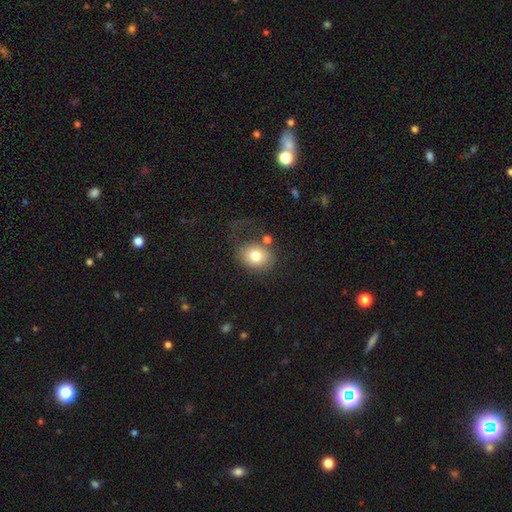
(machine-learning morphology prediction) smooth_or_featured: smooth (p=0.77) [alt: featured or disk p=0.14]
how_rounded: round (p=0.50) [alt: in between p=0.49]
merging: none (p=0.56) [alt: major disturbance p=0.18]